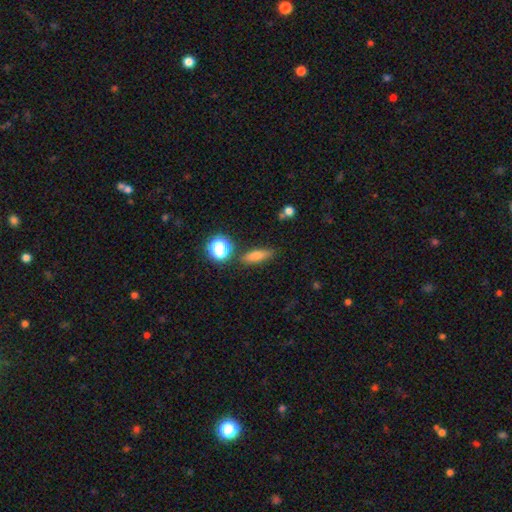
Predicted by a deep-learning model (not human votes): This appears to be a smooth galaxy with no disk features (74%) that is cigar-shaped (48%). Merging: none (78%).